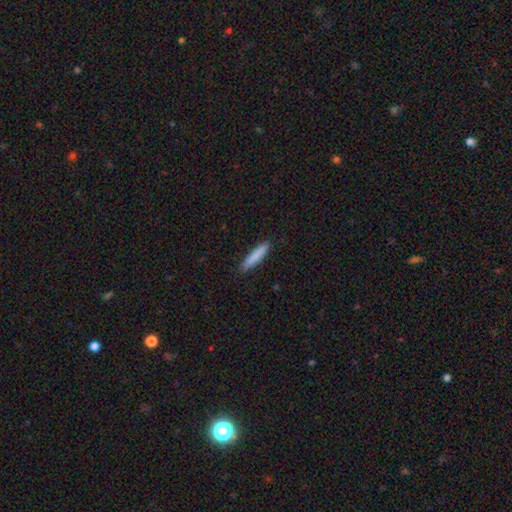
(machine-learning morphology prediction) Overall: smooth (85%). How rounded: cigar-shaped (89%). Merging: none (89%).